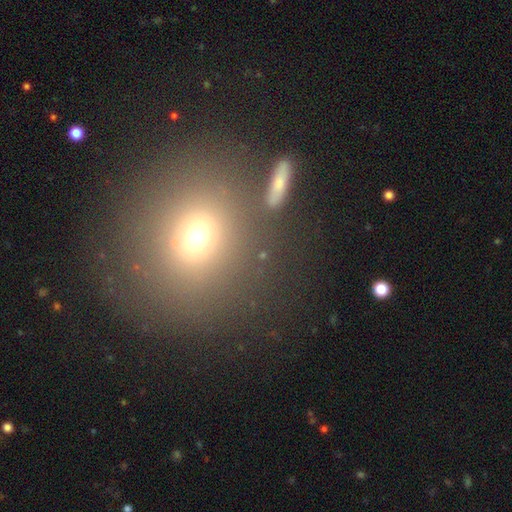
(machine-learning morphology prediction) Smooth or featured? smooth (59%)
How rounded? round (85%)
Merging? none (74%)